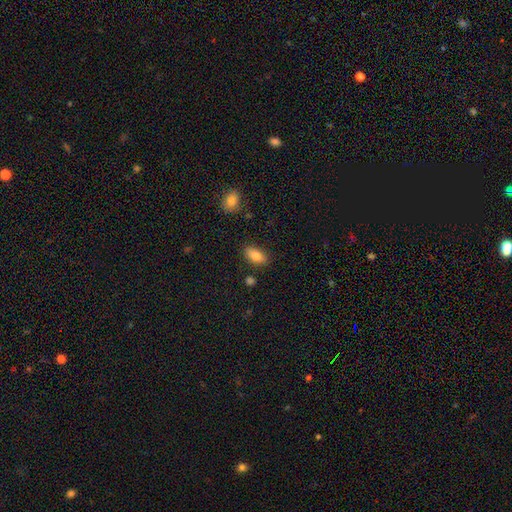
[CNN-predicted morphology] A smooth galaxy with no disk features (85%) that is in between round and cigar-shaped (89%). Merging: none (83%).